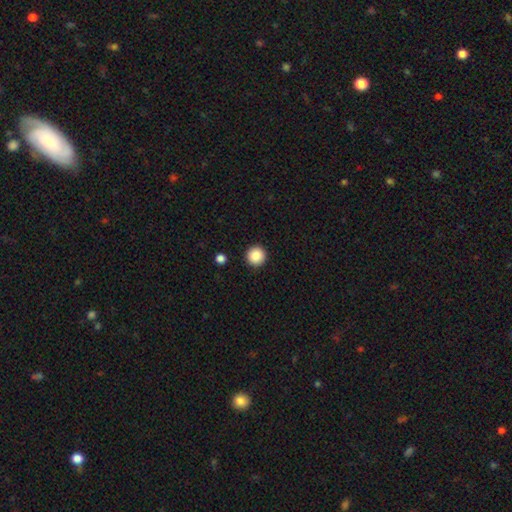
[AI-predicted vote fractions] Overall: smooth (88%). How rounded: round (96%). Merging: none (93%).